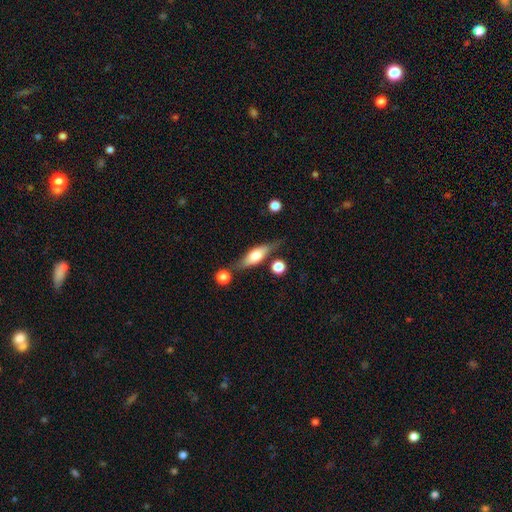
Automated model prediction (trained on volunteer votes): Q: Smooth or featured?
A: featured or disk (52%); runner-up: smooth (42%)
Q: Edge-on disk?
A: yes (89%); runner-up: no (11%)
Q: Merging?
A: none (71%); runner-up: minor disturbance (17%)